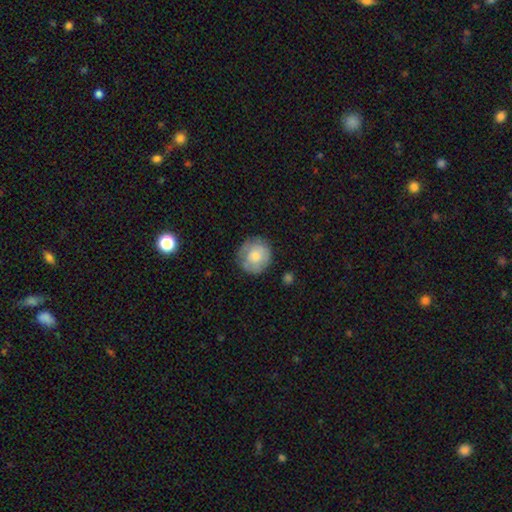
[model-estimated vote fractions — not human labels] smooth-or-featured: smooth: 65% | featured or disk: 28% | star or artifact: 7%
  how-rounded: round: 91% | in between: 8% | cigar-shaped: 1%
  merging: none: 76% | minor disturbance: 17% | major disturbance: 5% | merger: 2%